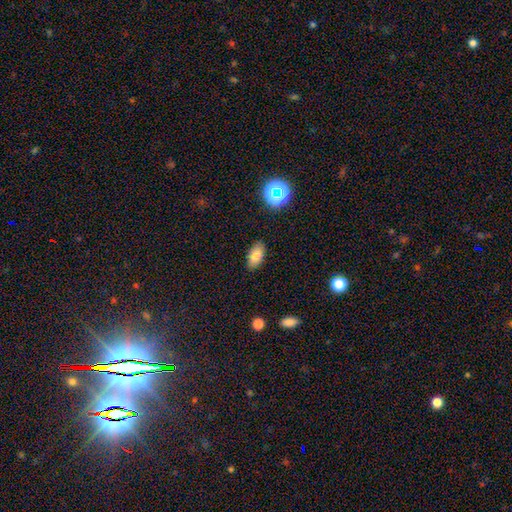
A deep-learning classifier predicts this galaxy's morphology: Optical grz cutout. It shows a smooth galaxy with no disk features (83%) that is in between round and cigar-shaped (92%). Merging: none (87%).